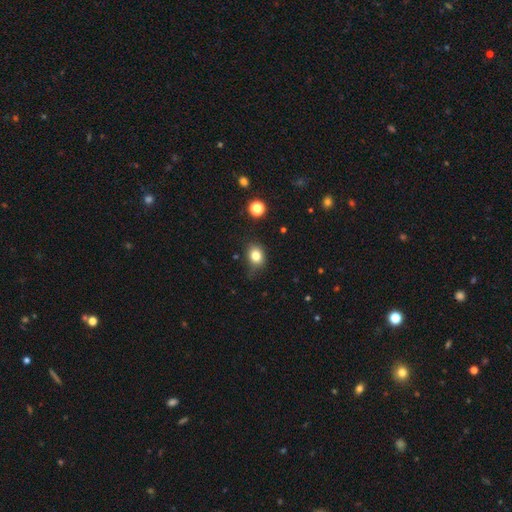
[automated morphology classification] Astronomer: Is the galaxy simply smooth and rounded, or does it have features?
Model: smooth — 80%.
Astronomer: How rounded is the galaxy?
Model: in between — 50% (runner-up: round, 49%).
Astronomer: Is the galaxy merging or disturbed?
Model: none — 67%.